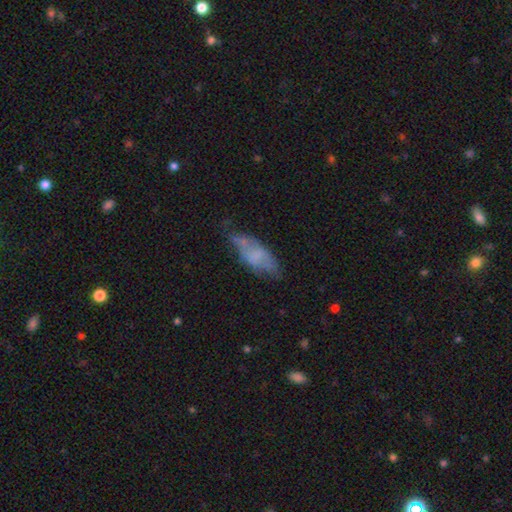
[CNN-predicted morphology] Q: Smooth or featured?
A: smooth (56%); runner-up: featured or disk (35%)
Q: How rounded?
A: in between (71%); runner-up: cigar-shaped (26%)
Q: Merging?
A: none (45%); runner-up: minor disturbance (33%)